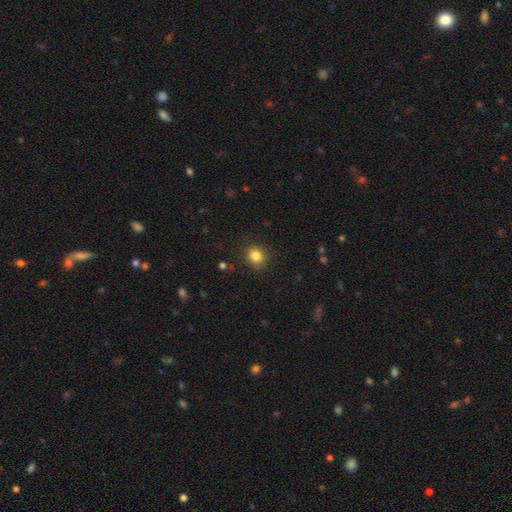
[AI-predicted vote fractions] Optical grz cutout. It shows a smooth galaxy with no disk features (84%) that is round (77%). Merging: none (87%).